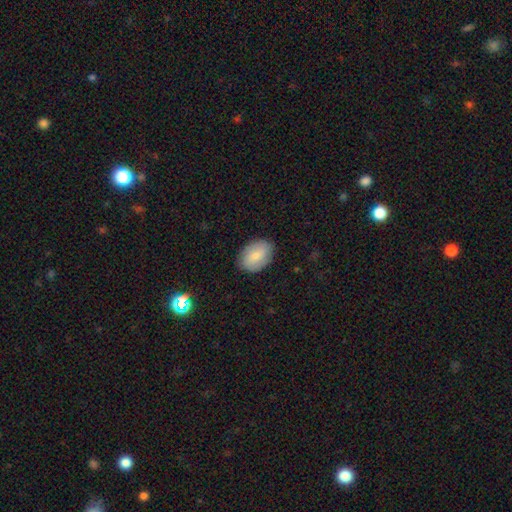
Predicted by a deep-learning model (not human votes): Morphology: type=smooth (74%); roundness=in between (83%); merging=none (85%).